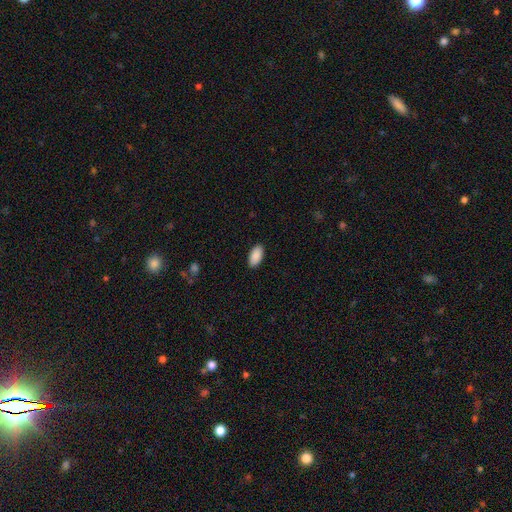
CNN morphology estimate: smooth_or_featured: smooth (p=0.91) [alt: star or artifact p=0.06]
how_rounded: in between (p=0.94) [alt: cigar-shaped p=0.04]
merging: none (p=0.90) [alt: minor disturbance p=0.07]